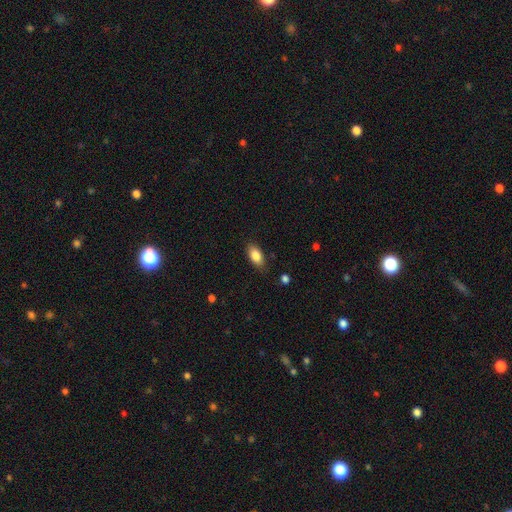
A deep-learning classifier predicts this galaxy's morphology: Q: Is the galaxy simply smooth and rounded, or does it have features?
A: smooth — 84%.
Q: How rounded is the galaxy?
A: in between — 90%.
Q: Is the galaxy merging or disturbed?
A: none — 83%.